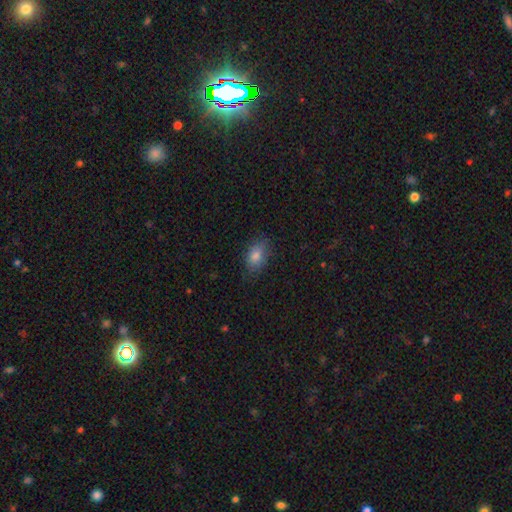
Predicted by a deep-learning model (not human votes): smooth-or-featured: smooth: 80% | star or artifact: 11% | featured or disk: 9%
  how-rounded: in between: 83% | round: 15% | cigar-shaped: 3%
  merging: none: 79% | minor disturbance: 16% | major disturbance: 4% | merger: 1%